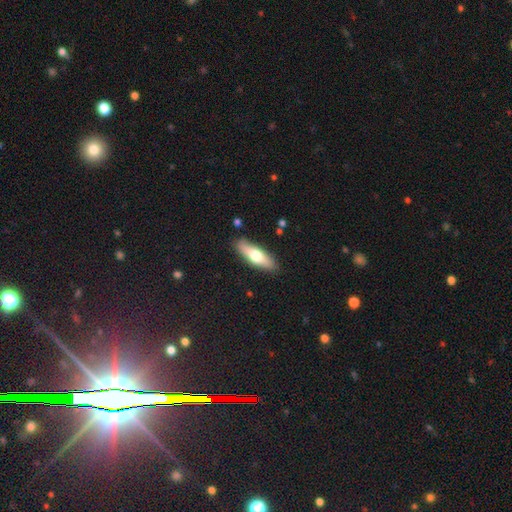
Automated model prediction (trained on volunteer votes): A smooth galaxy with no disk features (62%) that is cigar-shaped (50%).

Vote fractions:
- Smooth or featured? smooth: 62% / featured or disk: 32% / star or artifact: 5%
- How rounded? cigar-shaped: 50% / in between: 48% / round: 2%
- Merging? none: 87% / minor disturbance: 10% / major disturbance: 2% / merger: 2%